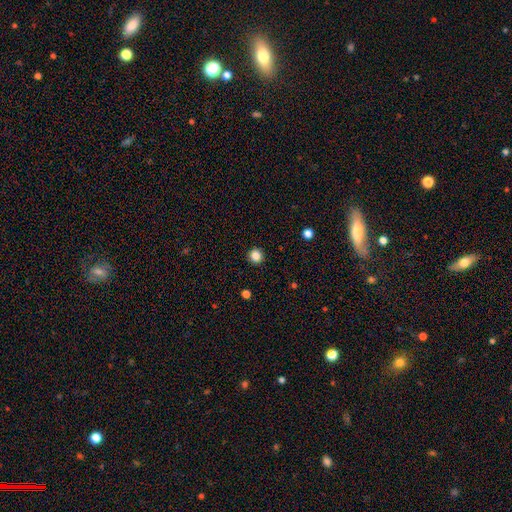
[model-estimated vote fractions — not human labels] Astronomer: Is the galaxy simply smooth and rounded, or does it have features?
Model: smooth — 85%.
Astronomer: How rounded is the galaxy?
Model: round — 94%.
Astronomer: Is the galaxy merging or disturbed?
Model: none — 92%.